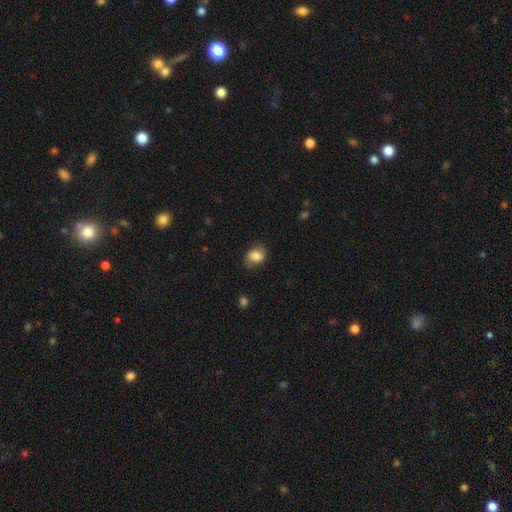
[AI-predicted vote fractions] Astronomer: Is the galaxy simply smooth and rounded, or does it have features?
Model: smooth — 74%.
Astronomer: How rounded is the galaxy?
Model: in between — 59% (runner-up: round, 40%).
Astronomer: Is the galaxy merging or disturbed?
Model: none — 68%.